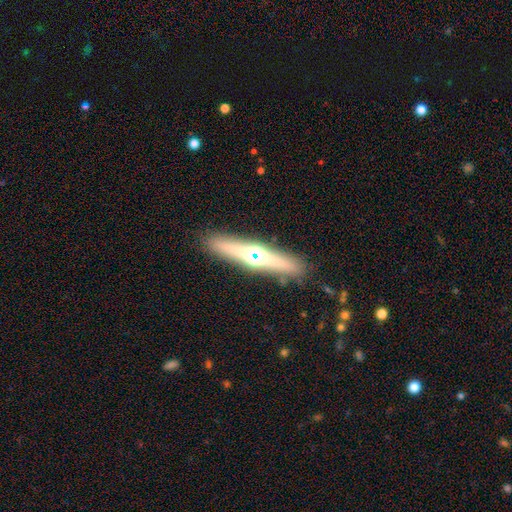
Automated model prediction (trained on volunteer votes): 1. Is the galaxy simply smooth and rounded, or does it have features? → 62% featured or disk, 28% smooth, 10% star or artifact.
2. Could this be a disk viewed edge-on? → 93% yes, 7% no.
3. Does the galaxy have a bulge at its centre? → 88% rounded, 8% none, 4% boxy.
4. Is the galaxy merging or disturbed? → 88% none, 8% minor disturbance, 2% merger, 2% major disturbance.